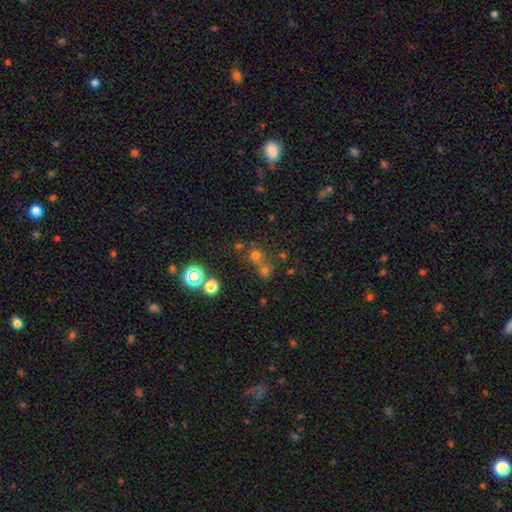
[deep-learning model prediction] Morphology: type=smooth (57%); roundness=round (88%); merging=none (53%).